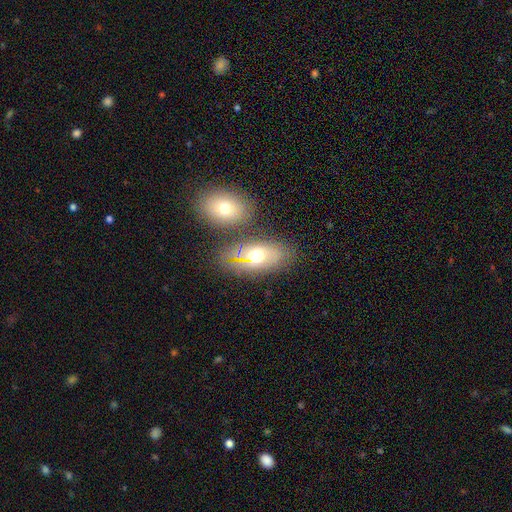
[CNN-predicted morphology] Smooth or featured?
  - smooth: 51% *
  - featured or disk: 34%
  - star or artifact: 15%
How rounded?
  - in between: 85% *
  - round: 11%
  - cigar-shaped: 4%
Merging?
  - none: 66% *
  - minor disturbance: 14%
  - merger: 14%
  - major disturbance: 6%